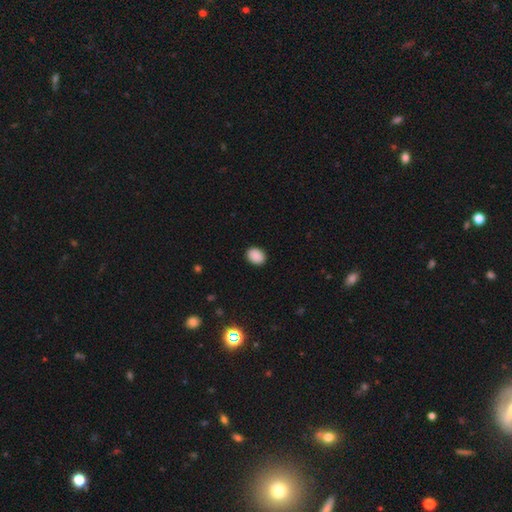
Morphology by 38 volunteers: smooth 89%, star or artifact 8%, featured or disk 3%. Down the decision tree: how rounded — in between (59%); merging — none (97%).